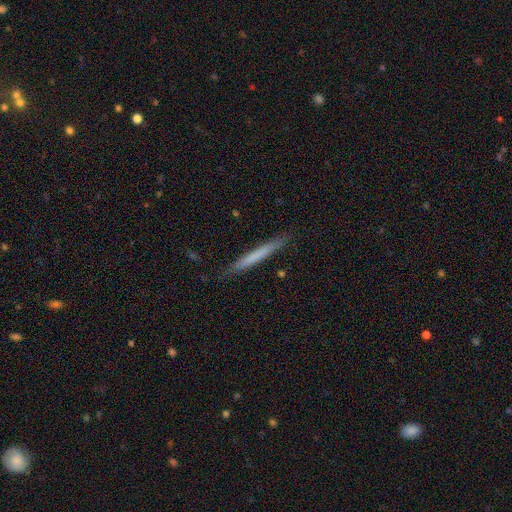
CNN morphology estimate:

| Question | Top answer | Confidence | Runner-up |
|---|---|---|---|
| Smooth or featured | smooth | 64% | featured or disk (30%) |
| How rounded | cigar-shaped | 97% | in between (2%) |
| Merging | none | 87% | minor disturbance (10%) |